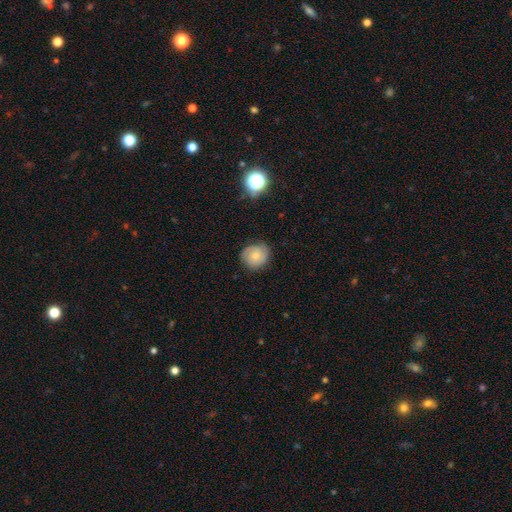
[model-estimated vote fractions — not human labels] Smooth or featured? Predicted: featured or disk (p=0.48). Merging? Predicted: none (p=0.77).